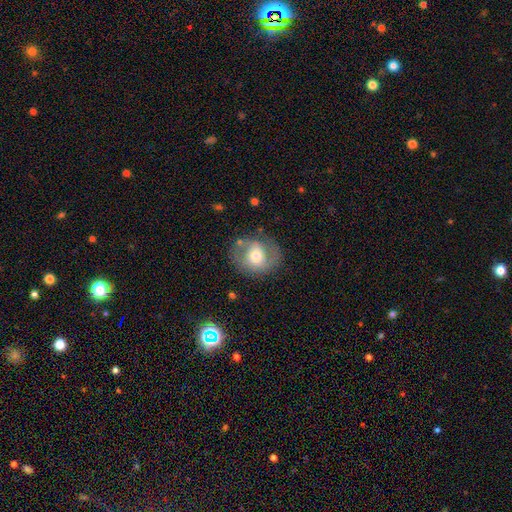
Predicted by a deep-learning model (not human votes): Smooth or featured: featured or disk — 46% (smooth — 45%)
Merging: none — 68% (minor disturbance — 18%)